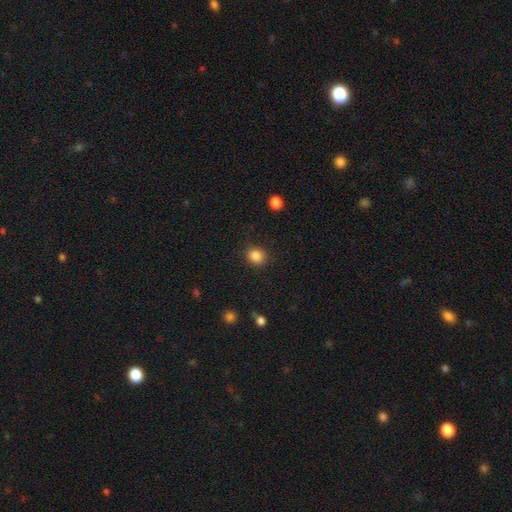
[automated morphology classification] smooth 86%, star or artifact 11%, featured or disk 4%. Down the decision tree: how rounded — round (76%); merging — none (88%).